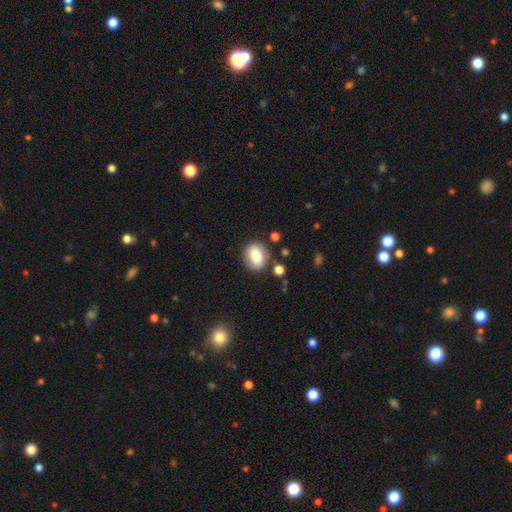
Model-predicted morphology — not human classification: This appears to be a smooth galaxy with no disk features (79%) that is in between round and cigar-shaped (59%). Merging: none (77%).